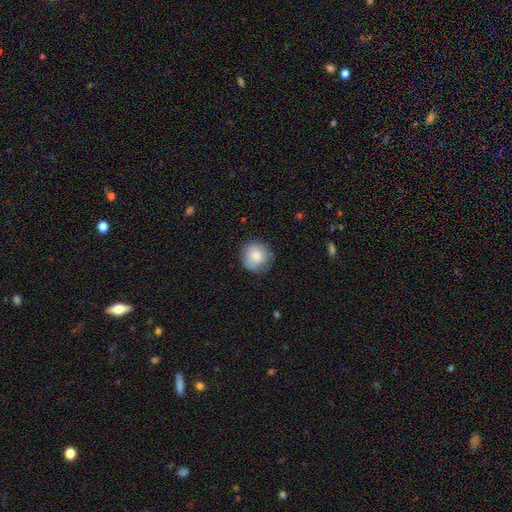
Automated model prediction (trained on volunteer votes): The model was most divided on "merging": none: 78%, minor disturbance: 17%, major disturbance: 4%, merger: 1%. More confident: how rounded — round (91%); smooth or featured — smooth (82%).